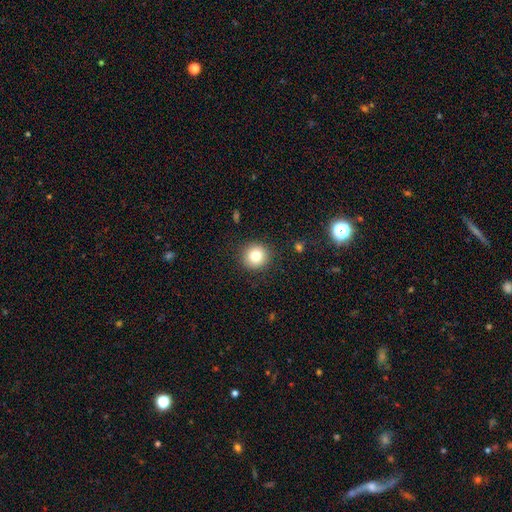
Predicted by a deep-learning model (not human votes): The model was most divided on "smooth or featured": smooth: 80%, star or artifact: 11%, featured or disk: 9%. More confident: how rounded — round (94%); merging — none (90%).